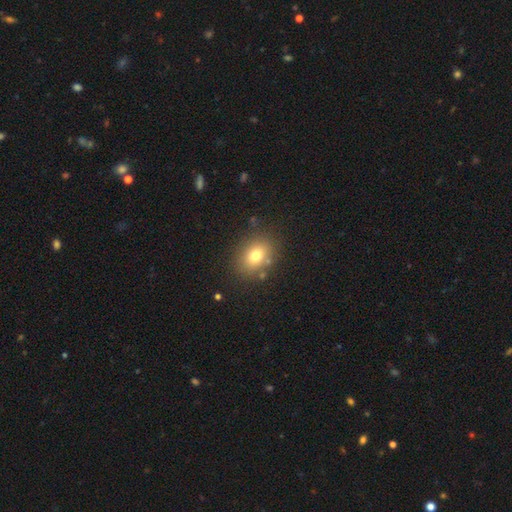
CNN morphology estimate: smooth_or_featured: smooth (p=0.76) [alt: star or artifact p=0.12]
how_rounded: in between (p=0.58) [alt: round p=0.41]
merging: none (p=0.81) [alt: minor disturbance p=0.11]